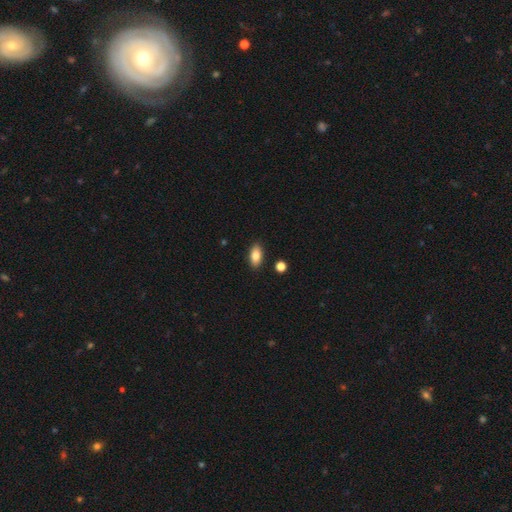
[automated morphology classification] A smooth galaxy with no disk features (84%) that is in between round and cigar-shaped (90%). Merging: none (88%).